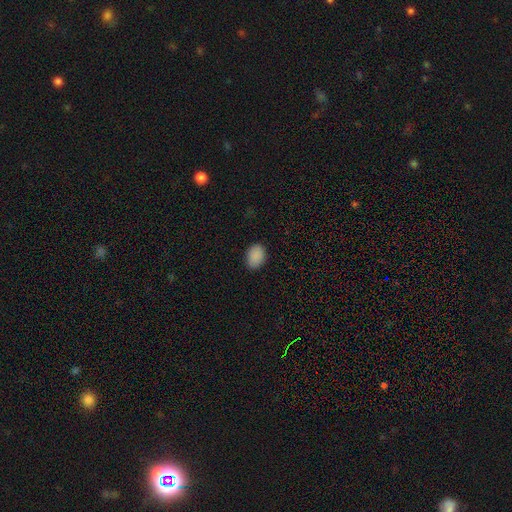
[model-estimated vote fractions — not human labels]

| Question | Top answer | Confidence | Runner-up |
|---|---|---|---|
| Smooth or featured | smooth | 89% | star or artifact (8%) |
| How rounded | in between | 74% | round (25%) |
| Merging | none | 88% | minor disturbance (9%) |